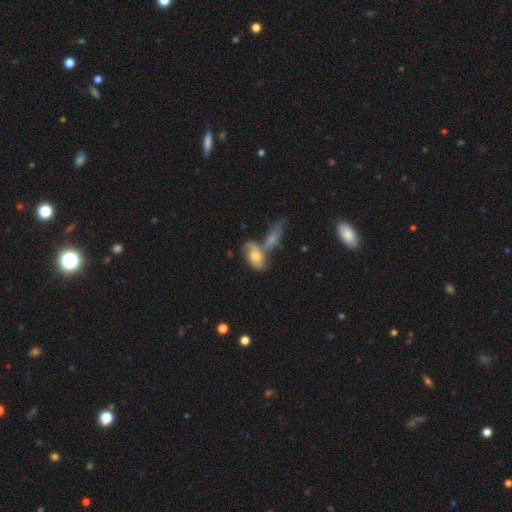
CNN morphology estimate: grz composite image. It shows a featured or disk galaxy (48%). Merging: merger (55%).